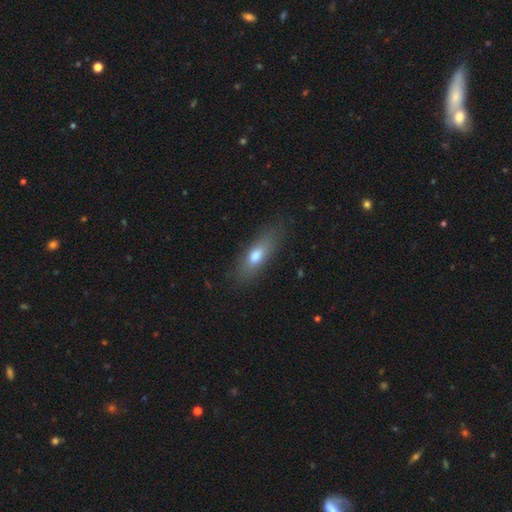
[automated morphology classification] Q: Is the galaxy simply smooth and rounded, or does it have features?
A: smooth — 70%.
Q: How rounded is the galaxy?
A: in between — 56%.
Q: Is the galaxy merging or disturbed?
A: none — 78%.